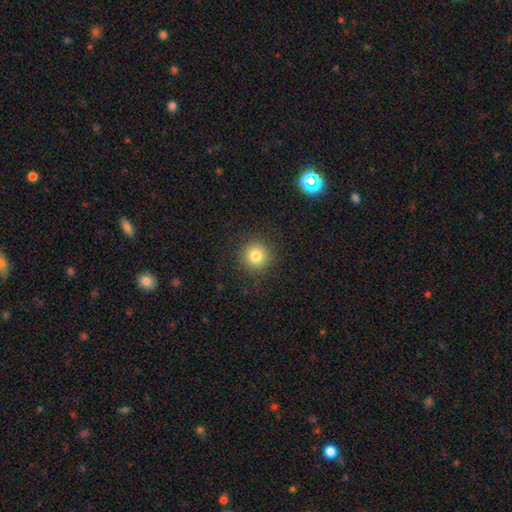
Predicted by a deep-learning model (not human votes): The model was most divided on "smooth or featured": smooth: 81%, star or artifact: 12%, featured or disk: 7%. More confident: how rounded — round (94%); merging — none (89%).